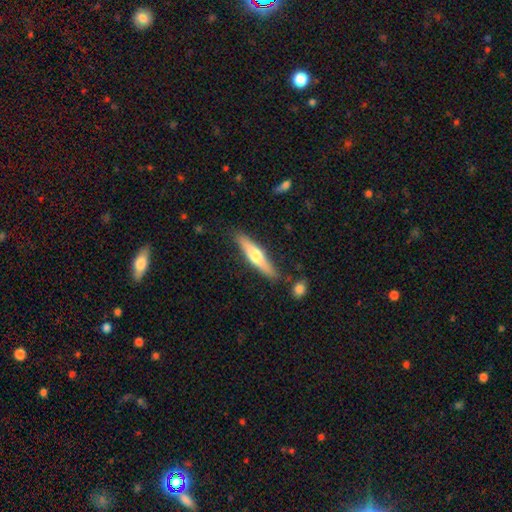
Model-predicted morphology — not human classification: smooth-or-featured: featured or disk: 48% | smooth: 47% | star or artifact: 5%
  merging: none: 84% | minor disturbance: 11% | merger: 3% | major disturbance: 2%